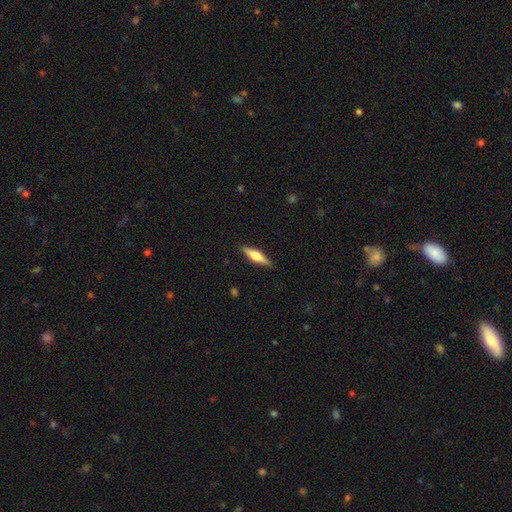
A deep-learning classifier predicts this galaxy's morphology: This is possibly a smooth galaxy (48%). Merging: clearly none (89%).